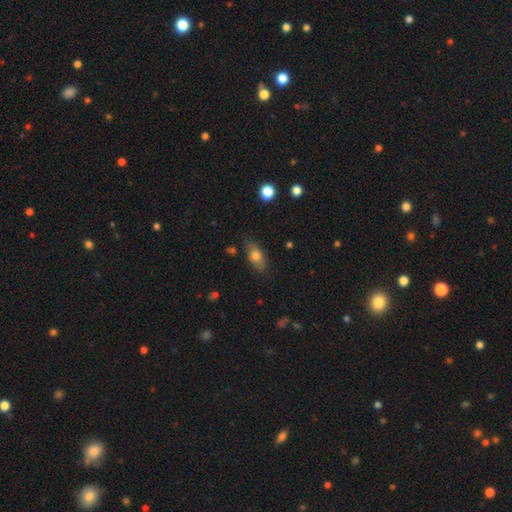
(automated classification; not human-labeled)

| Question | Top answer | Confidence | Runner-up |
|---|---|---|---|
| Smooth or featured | smooth | 72% | featured or disk (19%) |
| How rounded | in between | 82% | cigar-shaped (10%) |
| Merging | none | 78% | minor disturbance (16%) |